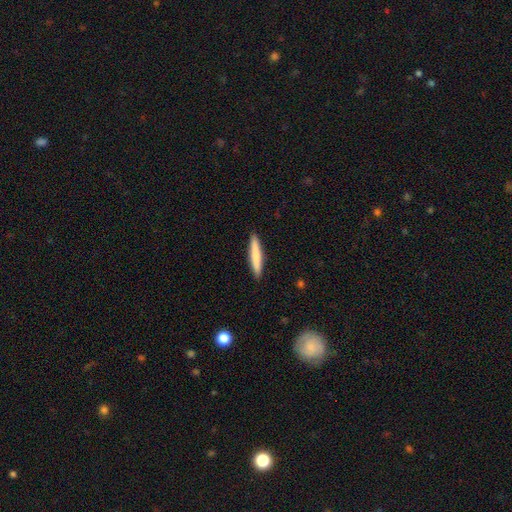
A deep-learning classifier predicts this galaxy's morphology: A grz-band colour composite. It shows a smooth galaxy with no disk features (77%) that is cigar-shaped (93%). Merging: none (91%).